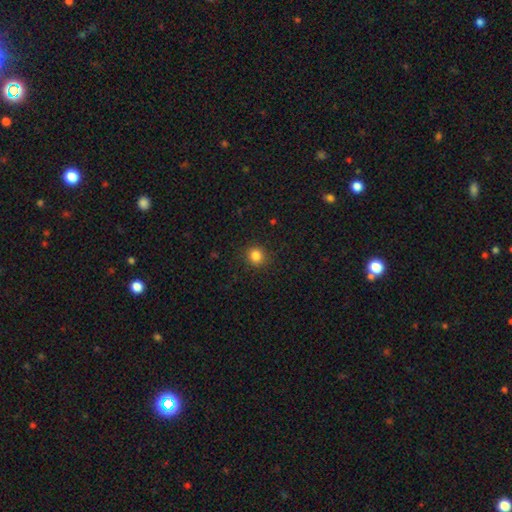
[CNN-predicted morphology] smooth 85%, star or artifact 11%, featured or disk 4%. Down the decision tree: how rounded — round (88%); merging — none (89%).